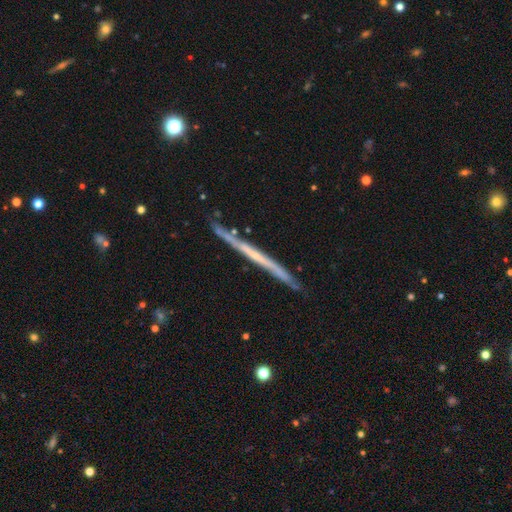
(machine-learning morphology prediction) type=featured or disk (69%); edge-on=yes (96%); edge-on bulge=none (85%); merging=none (82%).